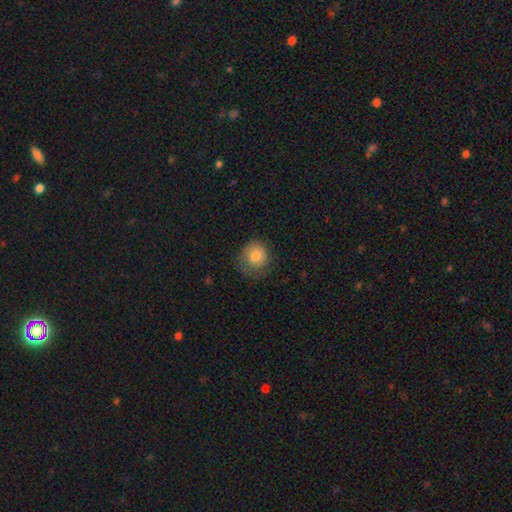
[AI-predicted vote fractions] smooth 77%, featured or disk 15%, star or artifact 8%. Down the decision tree: how rounded — round (85%); merging — none (63%).